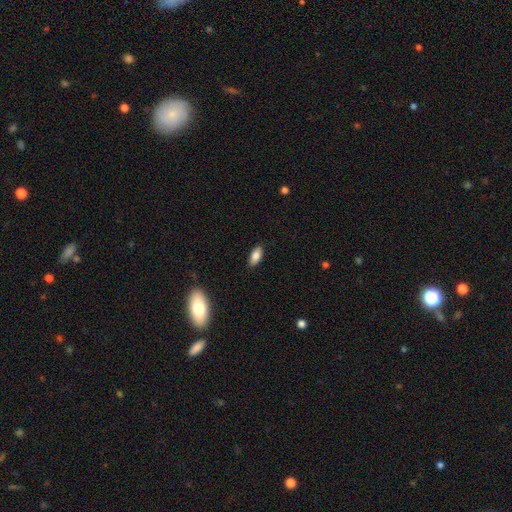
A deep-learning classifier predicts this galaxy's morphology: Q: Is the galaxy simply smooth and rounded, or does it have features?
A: smooth — 85%.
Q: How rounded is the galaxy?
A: in between — 87%.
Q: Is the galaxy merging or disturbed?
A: none — 87%.